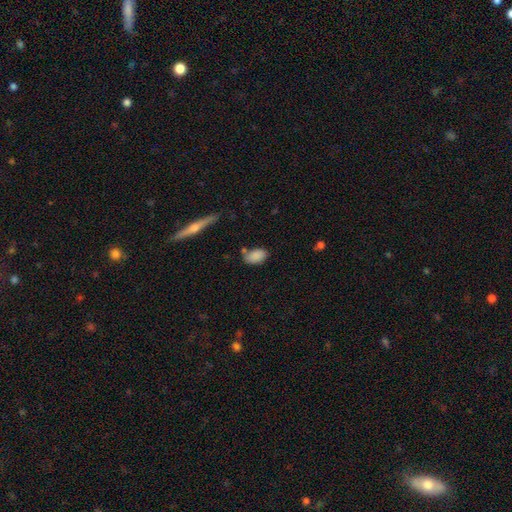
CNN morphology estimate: This appears to be a smooth galaxy with no disk features (85%) that is in between round and cigar-shaped (92%). Merging: none (67%).